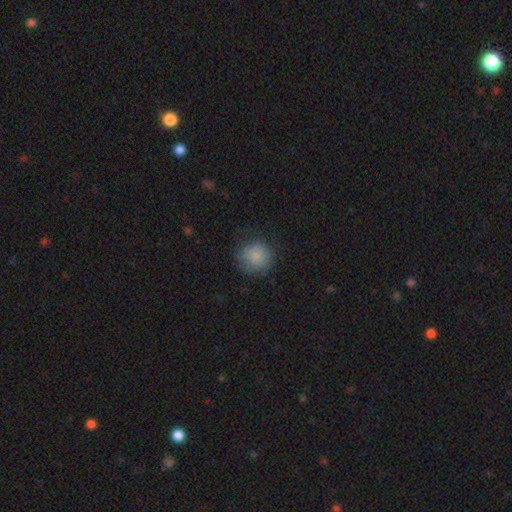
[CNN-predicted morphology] smooth 84%, star or artifact 9%, featured or disk 7%. Down the decision tree: how rounded — round (90%); merging — none (74%).